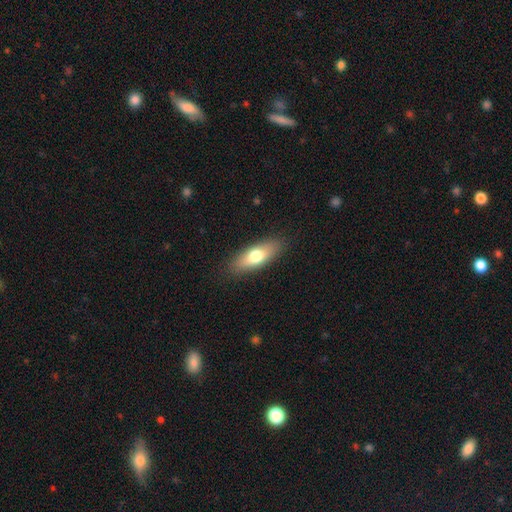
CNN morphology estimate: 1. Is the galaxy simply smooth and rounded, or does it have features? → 69% smooth, 25% featured or disk, 7% star or artifact.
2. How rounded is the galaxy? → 62% in between, 35% cigar-shaped, 3% round.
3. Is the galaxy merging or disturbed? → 87% none, 9% minor disturbance, 2% major disturbance, 1% merger.